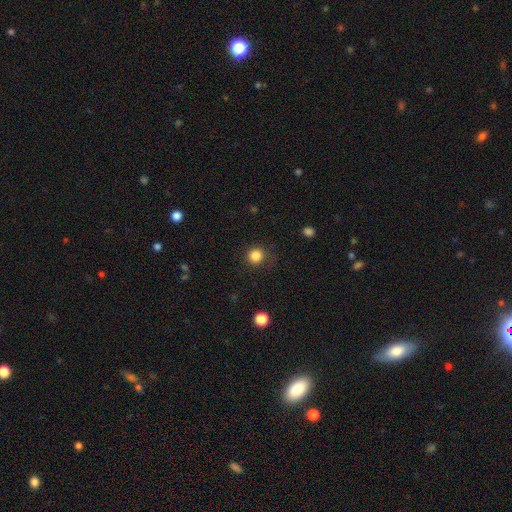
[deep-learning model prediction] smooth_or_featured: smooth (p=0.84) [alt: star or artifact p=0.11]
how_rounded: round (p=0.90) [alt: in between p=0.09]
merging: none (p=0.83) [alt: minor disturbance p=0.11]